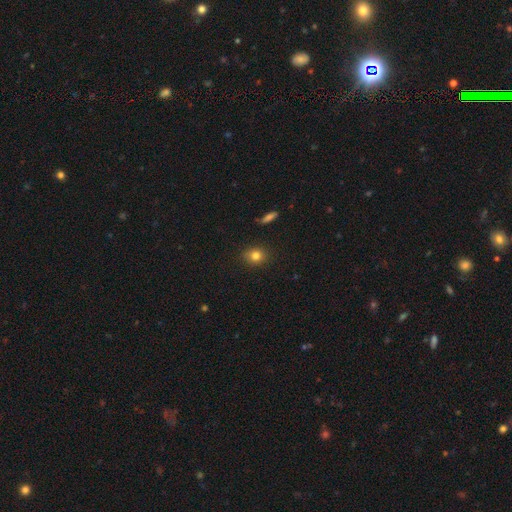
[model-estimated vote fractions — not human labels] Smooth or featured? smooth (80%)
How rounded? round (67%)
Merging? none (87%)